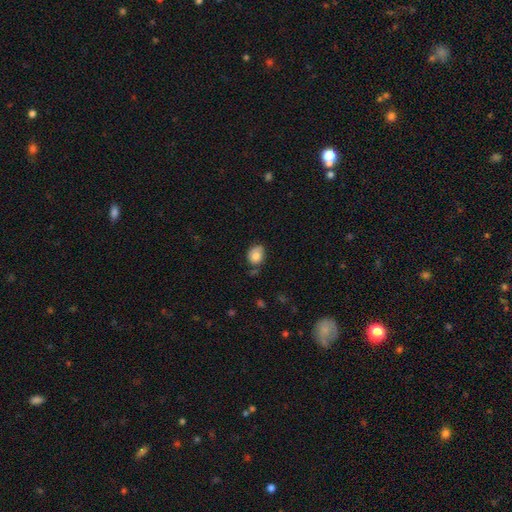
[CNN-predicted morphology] This is likely a smooth galaxy (76%). How rounded: possibly round (54%). Merging: possibly none (60%).